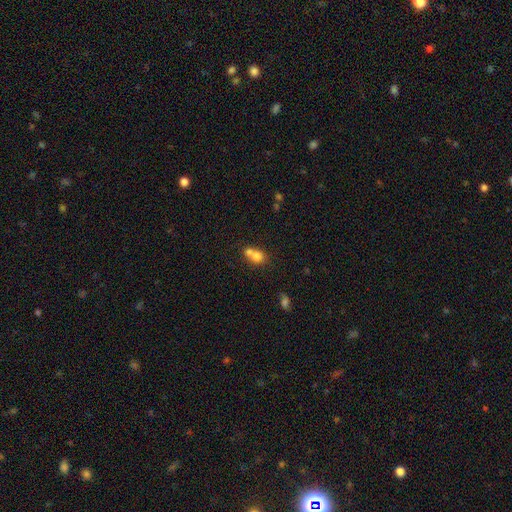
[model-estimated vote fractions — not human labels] Smooth or featured? Predicted: smooth (p=0.74). How rounded? Predicted: round (p=0.63). Merging? Predicted: merger (p=0.62).